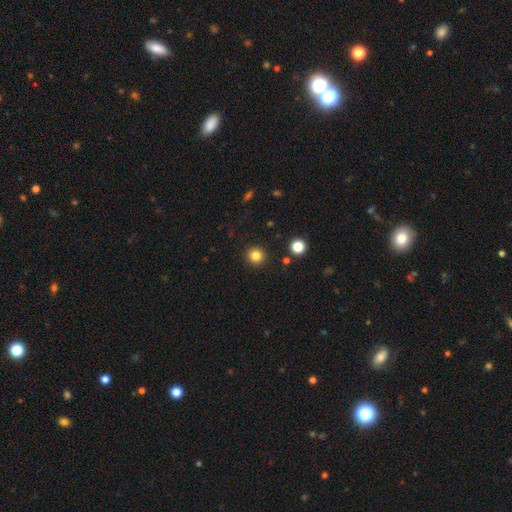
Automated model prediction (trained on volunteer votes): smooth_or_featured: smooth (p=0.83) [alt: star or artifact p=0.12]
how_rounded: round (p=0.95) [alt: in between p=0.04]
merging: none (p=0.92) [alt: minor disturbance p=0.05]